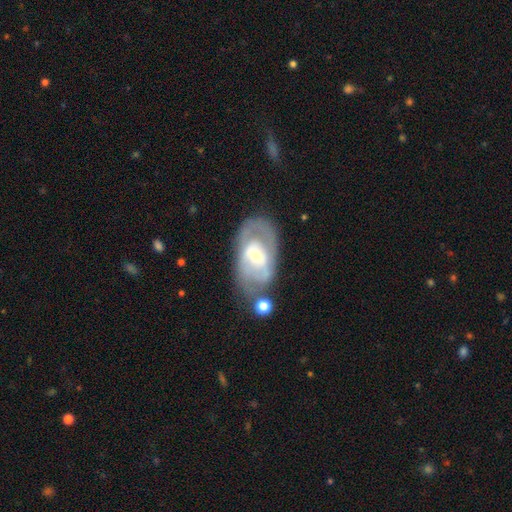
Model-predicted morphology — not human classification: Q: Smooth or featured?
A: featured or disk (75%); runner-up: smooth (19%)
Q: Edge-on disk?
A: no (95%); runner-up: yes (5%)
Q: Bar?
A: no (55%); runner-up: weak (33%)
Q: Spiral arms?
A: yes (71%); runner-up: no (29%)
Q: Spiral winding?
A: tight (50%); runner-up: medium (36%)
Q: Spiral arm count?
A: 2 (50%); runner-up: can't tell (33%)
Q: Bulge size?
A: small (48%); runner-up: moderate (46%)
Q: Merging?
A: none (58%); runner-up: minor disturbance (21%)